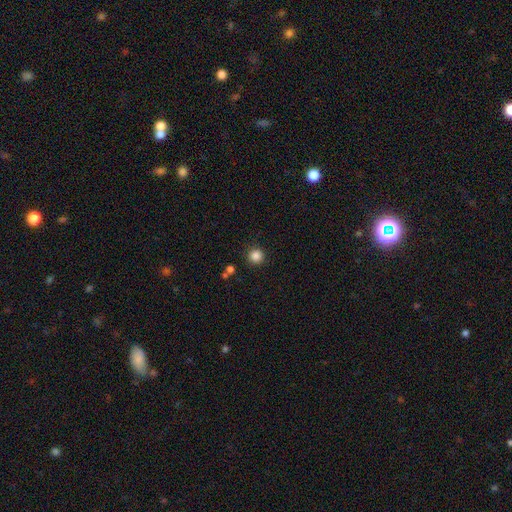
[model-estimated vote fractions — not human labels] smooth_or_featured: smooth (p=0.85) [alt: star or artifact p=0.11]
how_rounded: round (p=0.96) [alt: in between p=0.04]
merging: none (p=0.90) [alt: minor disturbance p=0.05]